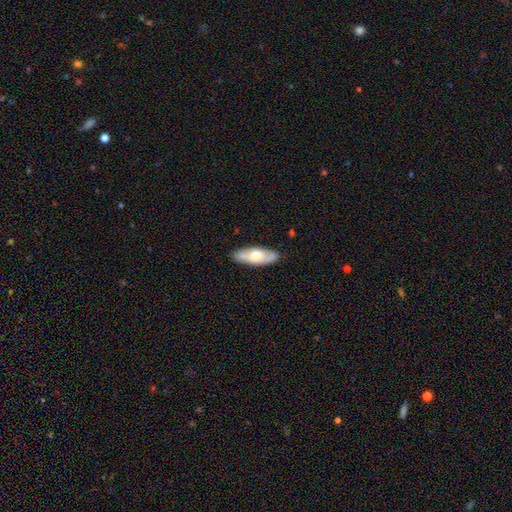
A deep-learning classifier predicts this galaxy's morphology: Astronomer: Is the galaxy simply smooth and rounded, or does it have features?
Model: smooth — 52% (runner-up: featured or disk, 42%).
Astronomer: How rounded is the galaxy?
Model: in between — 73%.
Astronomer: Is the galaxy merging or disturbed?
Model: none — 81%.